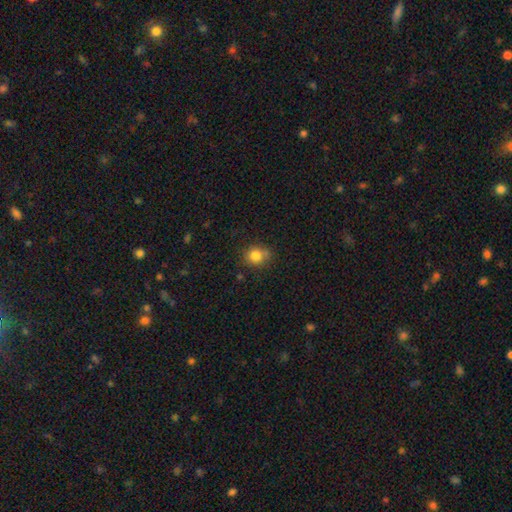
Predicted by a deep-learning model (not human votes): smooth 82%, star or artifact 11%, featured or disk 7%. Down the decision tree: how rounded — round (81%); merging — none (71%).